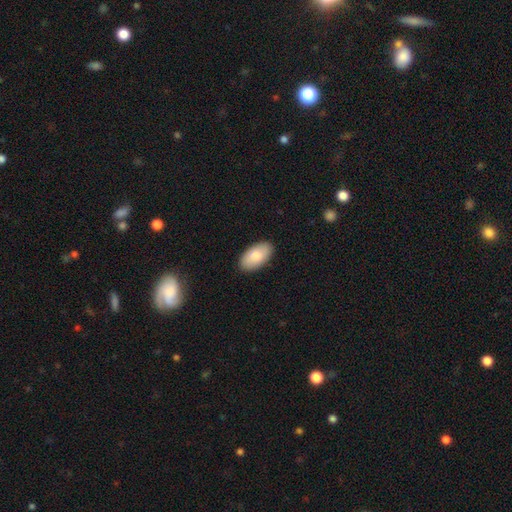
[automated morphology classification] smooth_or_featured: smooth (p=0.83) [alt: featured or disk p=0.11]
how_rounded: in between (p=0.96) [alt: round p=0.02]
merging: none (p=0.89) [alt: minor disturbance p=0.08]